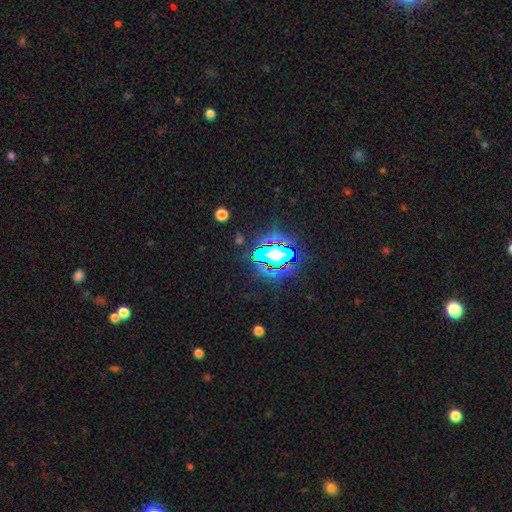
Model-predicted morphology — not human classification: A star or artifact, not a galaxy (83%).